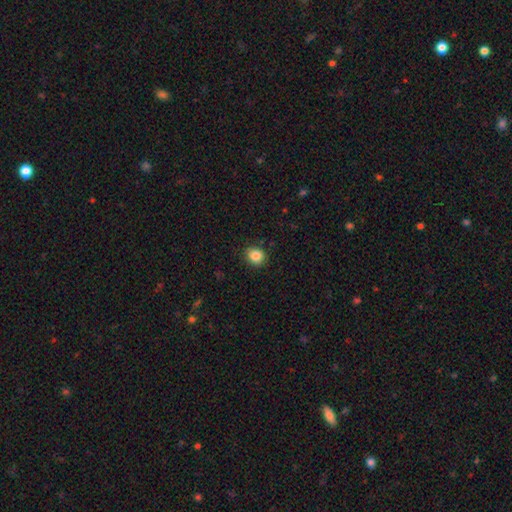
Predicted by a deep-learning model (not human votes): Overall: smooth (86%). How rounded: round (72%). Merging: none (89%).